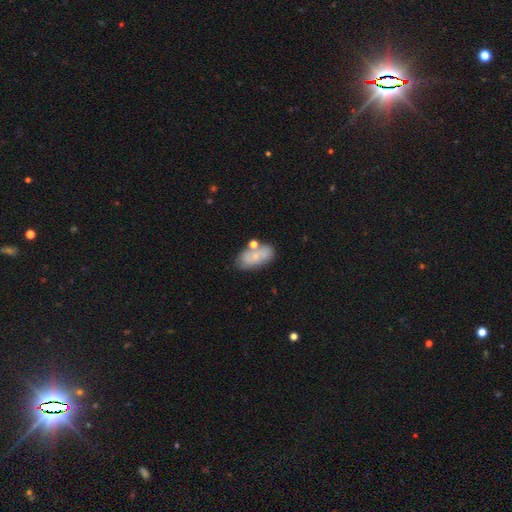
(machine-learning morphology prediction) This appears to be a smooth galaxy with no disk features (58%) that is in between round and cigar-shaped (90%). Merging: none (58%).